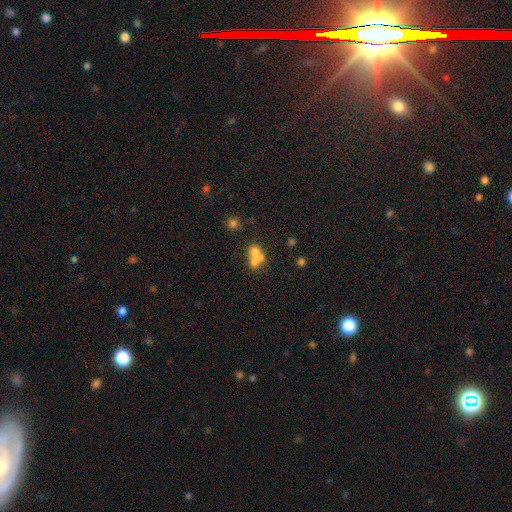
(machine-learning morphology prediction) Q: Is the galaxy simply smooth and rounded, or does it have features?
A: smooth — 60%.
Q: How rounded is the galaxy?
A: round — 60%.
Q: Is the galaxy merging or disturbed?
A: merger — 64%.